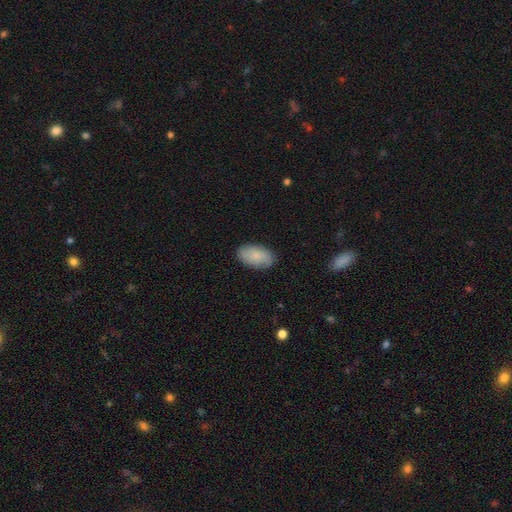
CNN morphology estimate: This is likely a smooth galaxy (77%). How rounded: clearly in between (94%). Merging: clearly none (85%).